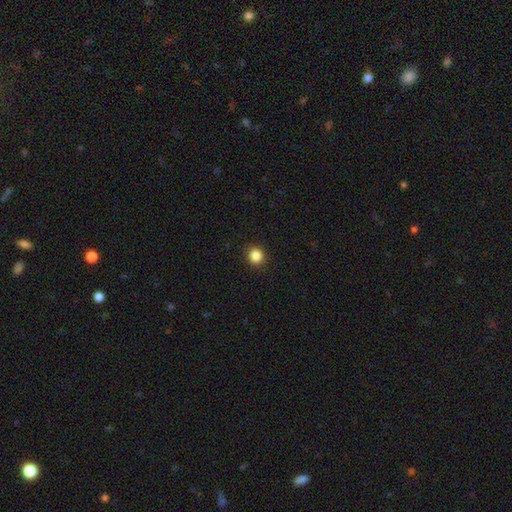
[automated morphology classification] A smooth galaxy with no disk features (86%) that is round (90%). Merging: none (93%).